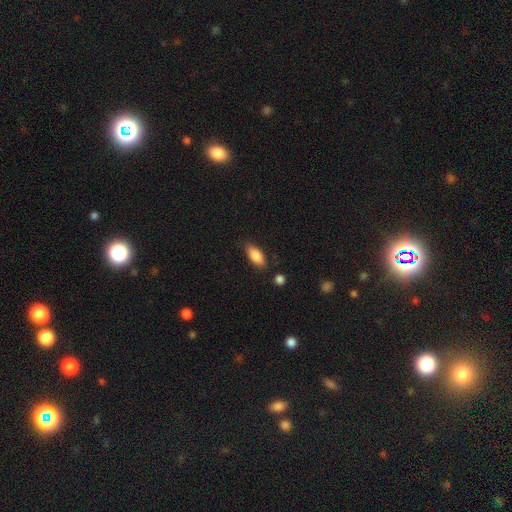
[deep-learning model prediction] The model was most divided on "merging": none: 82%, minor disturbance: 13%, major disturbance: 3%, merger: 3%. More confident: how rounded — in between (88%); smooth or featured — smooth (86%).